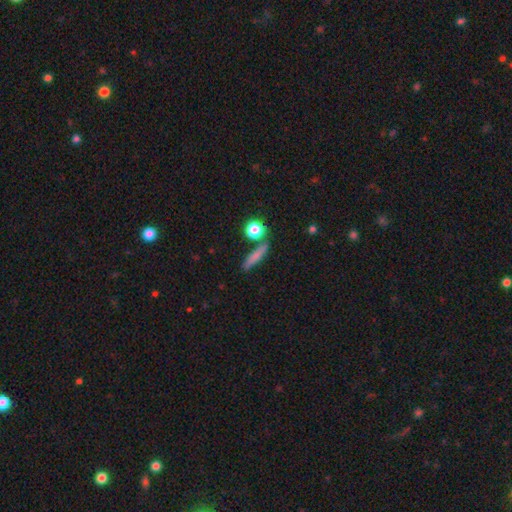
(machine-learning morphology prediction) Smooth or featured?
  - smooth: 74% *
  - featured or disk: 16%
  - star or artifact: 10%
How rounded?
  - cigar-shaped: 74% *
  - in between: 15%
  - round: 11%
Merging?
  - none: 76% *
  - minor disturbance: 12%
  - merger: 9%
  - major disturbance: 4%